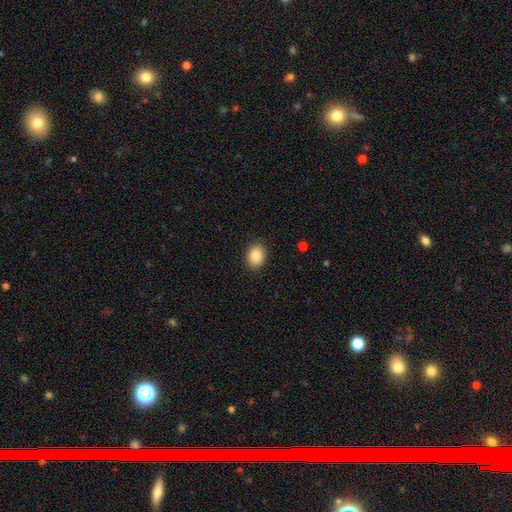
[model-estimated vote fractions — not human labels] Smooth or featured? Predicted: smooth (p=0.86). How rounded? Predicted: in between (p=0.63). Merging? Predicted: none (p=0.90).